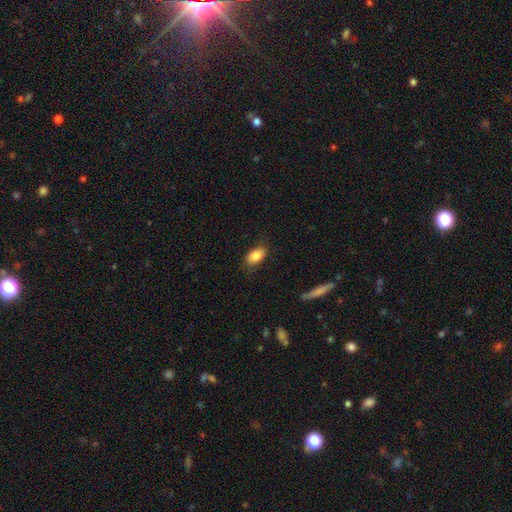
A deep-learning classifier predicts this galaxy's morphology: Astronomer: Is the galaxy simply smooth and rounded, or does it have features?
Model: smooth — 86%.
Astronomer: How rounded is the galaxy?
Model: in between — 90%.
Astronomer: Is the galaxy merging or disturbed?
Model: none — 82%.